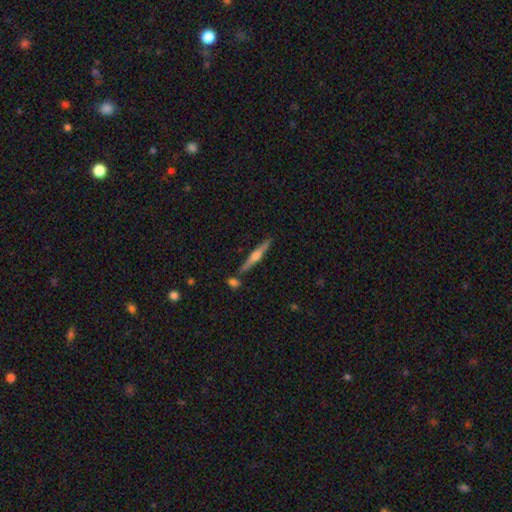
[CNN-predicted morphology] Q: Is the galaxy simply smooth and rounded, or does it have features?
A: featured or disk — 70%.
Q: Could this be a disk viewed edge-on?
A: yes — 98%.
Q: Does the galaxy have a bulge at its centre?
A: rounded — 88%.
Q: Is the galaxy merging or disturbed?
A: none — 84%.